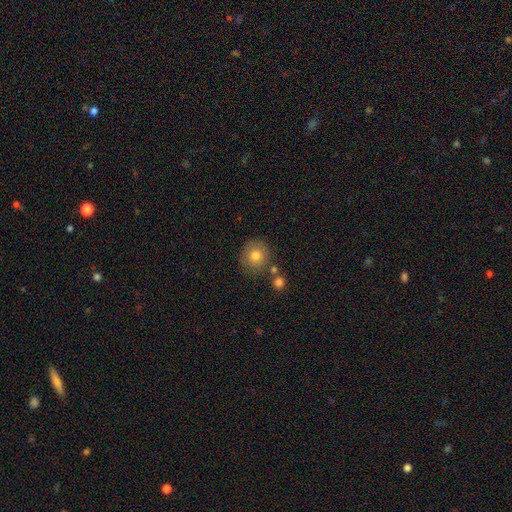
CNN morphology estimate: This appears to be a smooth galaxy with no disk features (78%) that is round (87%). Merging: none (74%).